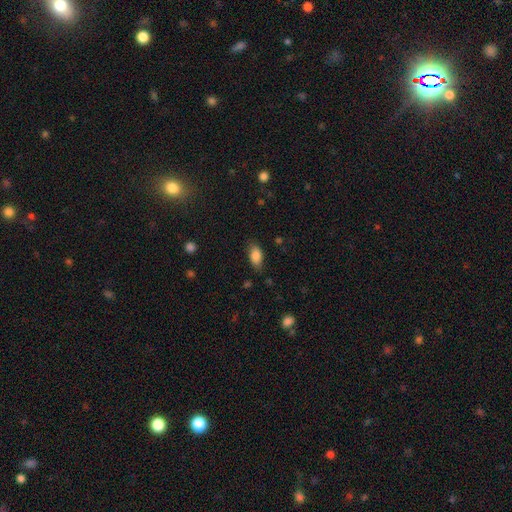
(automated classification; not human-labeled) Smooth or featured? Predicted: smooth (p=0.85). How rounded? Predicted: in between (p=0.89). Merging? Predicted: none (p=0.79).